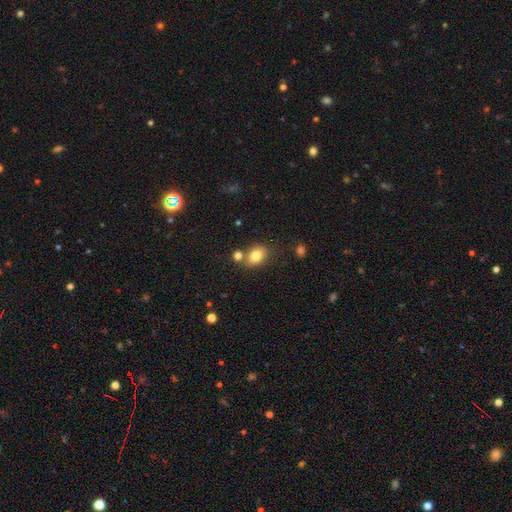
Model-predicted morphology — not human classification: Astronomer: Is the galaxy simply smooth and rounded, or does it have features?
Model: smooth — 81%.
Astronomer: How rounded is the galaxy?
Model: in between — 68%.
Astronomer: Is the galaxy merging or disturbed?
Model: none — 66%.